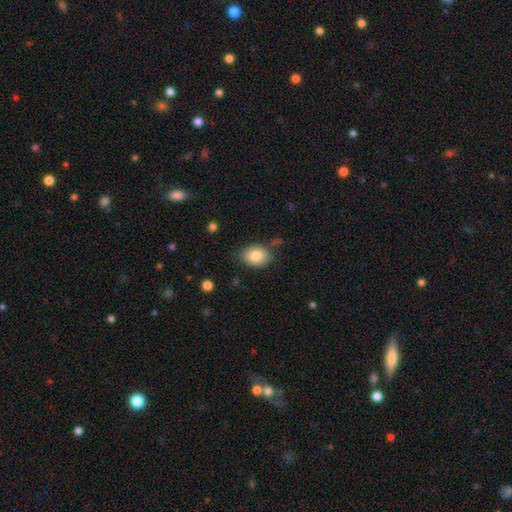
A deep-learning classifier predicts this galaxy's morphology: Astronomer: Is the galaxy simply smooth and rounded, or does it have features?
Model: smooth — 83%.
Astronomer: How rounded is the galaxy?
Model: in between — 66%.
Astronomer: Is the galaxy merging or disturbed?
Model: none — 76%.